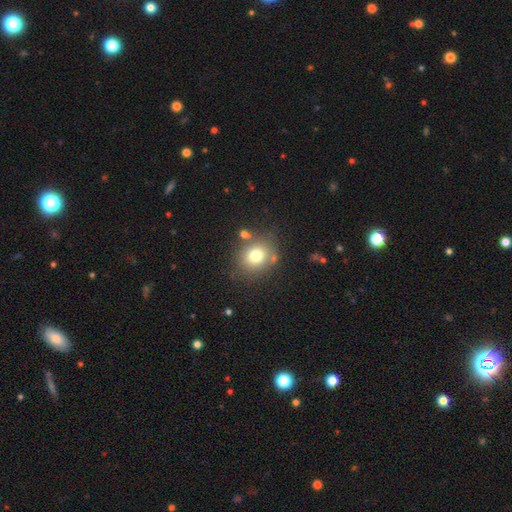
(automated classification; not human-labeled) Q: Smooth or featured?
A: smooth (74%); runner-up: featured or disk (13%)
Q: How rounded?
A: round (73%); runner-up: in between (27%)
Q: Merging?
A: none (76%); runner-up: minor disturbance (12%)